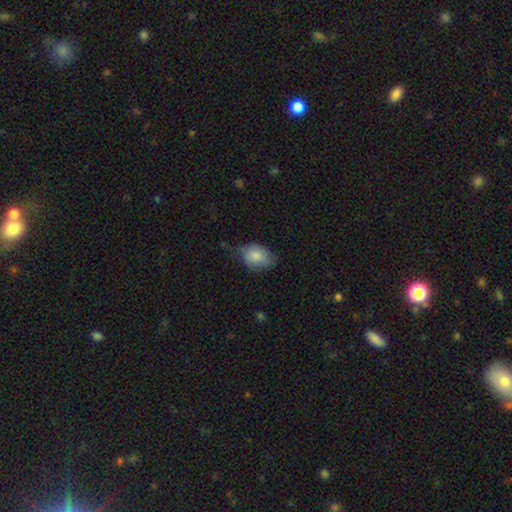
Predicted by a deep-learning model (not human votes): A smooth galaxy with no disk features (82%) that is in between round and cigar-shaped (77%).

Vote fractions:
- Smooth or featured? smooth: 82% / featured or disk: 11% / star or artifact: 7%
- How rounded? in between: 77% / round: 22% / cigar-shaped: 1%
- Merging? none: 52% / minor disturbance: 37% / major disturbance: 10% / merger: 2%